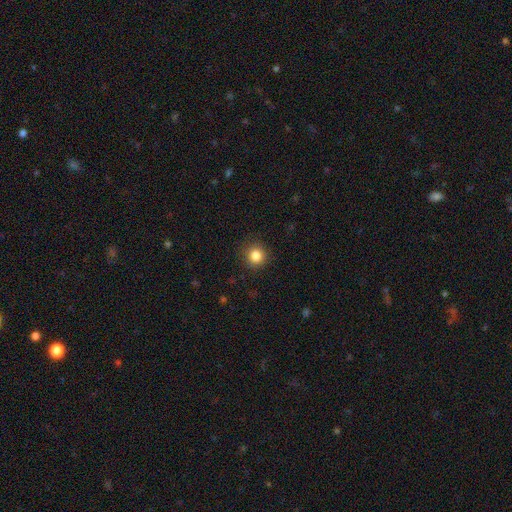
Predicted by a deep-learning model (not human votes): Smooth or featured? smooth (84%)
How rounded? round (94%)
Merging? none (90%)